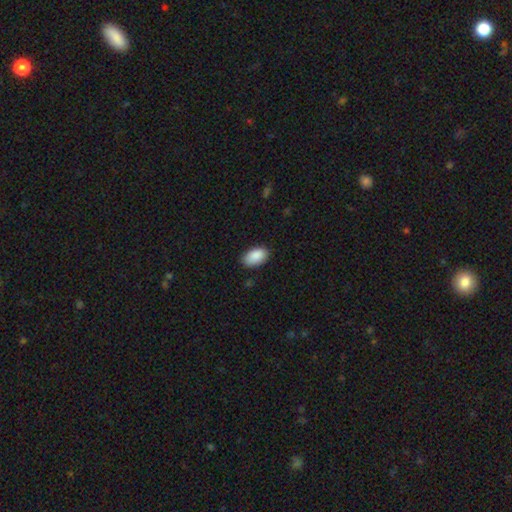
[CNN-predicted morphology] Smooth or featured? smooth (90%)
How rounded? in between (94%)
Merging? none (83%)